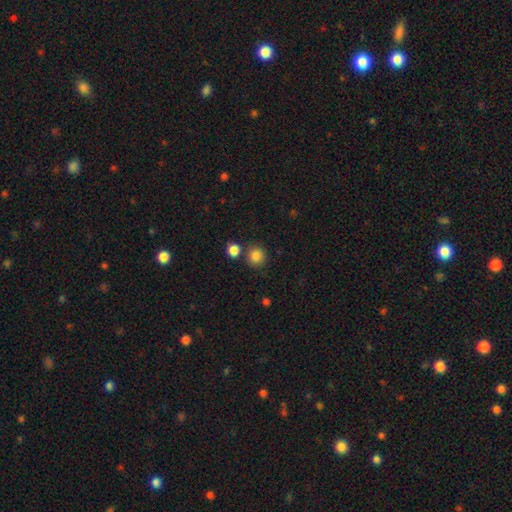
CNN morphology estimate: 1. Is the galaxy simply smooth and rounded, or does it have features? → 86% smooth, 11% star or artifact, 4% featured or disk.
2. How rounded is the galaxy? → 89% round, 10% in between, 1% cigar-shaped.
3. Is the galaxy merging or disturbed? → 77% none, 12% merger, 8% minor disturbance, 3% major disturbance.